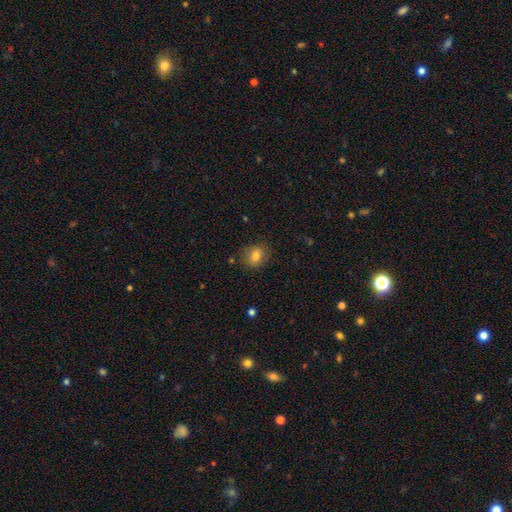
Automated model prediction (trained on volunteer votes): Smooth or featured? Predicted: smooth (p=0.79). How rounded? Predicted: round (p=0.68). Merging? Predicted: none (p=0.83).